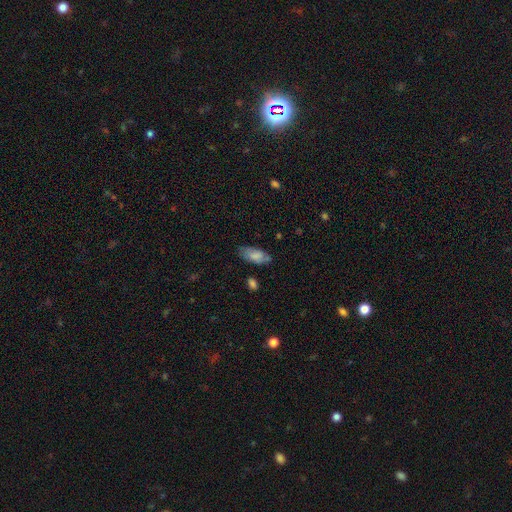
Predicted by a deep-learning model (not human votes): Q: Smooth or featured?
A: smooth (78%); runner-up: featured or disk (15%)
Q: How rounded?
A: in between (88%); runner-up: cigar-shaped (10%)
Q: Merging?
A: none (63%); runner-up: minor disturbance (26%)